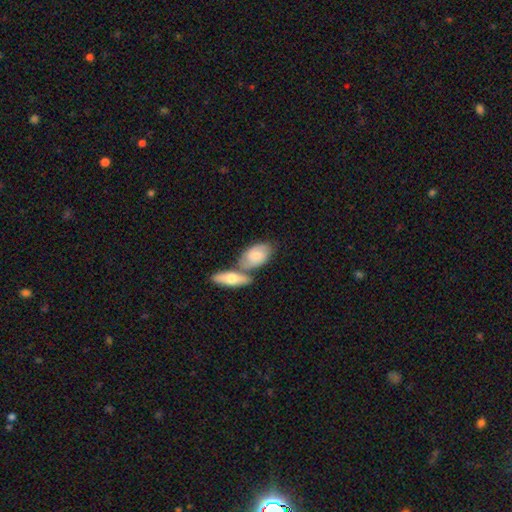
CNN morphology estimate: This is likely a smooth galaxy (66%). How rounded: clearly in between (89%). Merging: marginally merger (44%).